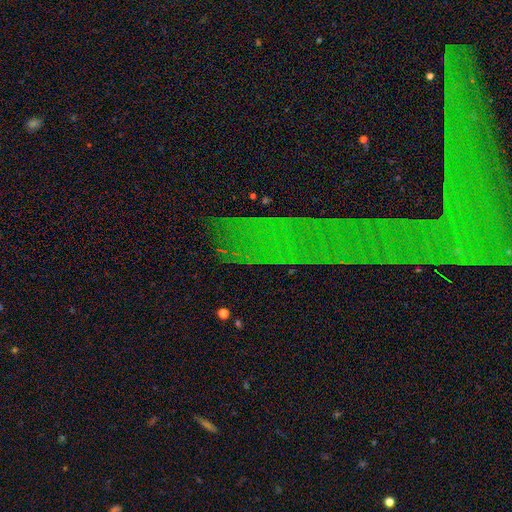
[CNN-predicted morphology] type=star or artifact (73%).